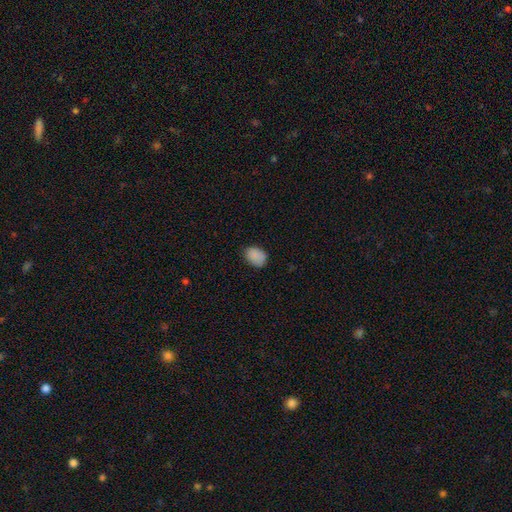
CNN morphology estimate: Smooth or featured?
  - smooth: 87% *
  - star or artifact: 9%
  - featured or disk: 4%
How rounded?
  - in between: 73% *
  - round: 26%
  - cigar-shaped: 1%
Merging?
  - none: 79% *
  - minor disturbance: 17%
  - major disturbance: 3%
  - merger: 1%